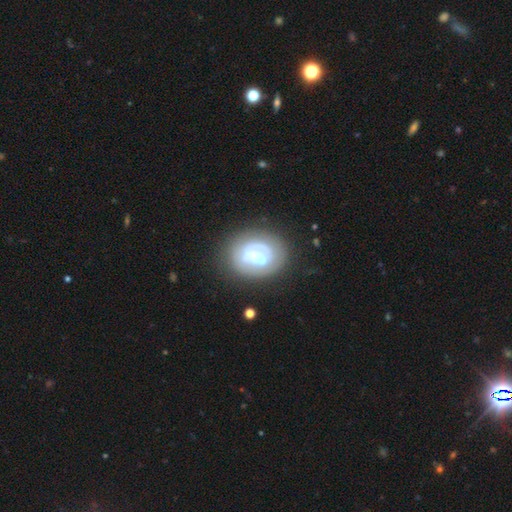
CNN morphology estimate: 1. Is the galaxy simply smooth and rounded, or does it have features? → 60% featured or disk, 33% smooth, 7% star or artifact.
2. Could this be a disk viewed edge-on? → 97% no, 3% yes.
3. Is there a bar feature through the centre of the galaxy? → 80% no, 15% weak, 5% strong.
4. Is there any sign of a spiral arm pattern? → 62% no, 38% yes.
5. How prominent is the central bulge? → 46% small, 32% moderate, 11% none, 8% large, 3% dominant.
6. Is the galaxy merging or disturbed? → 62% none, 20% minor disturbance, 12% major disturbance, 6% merger.